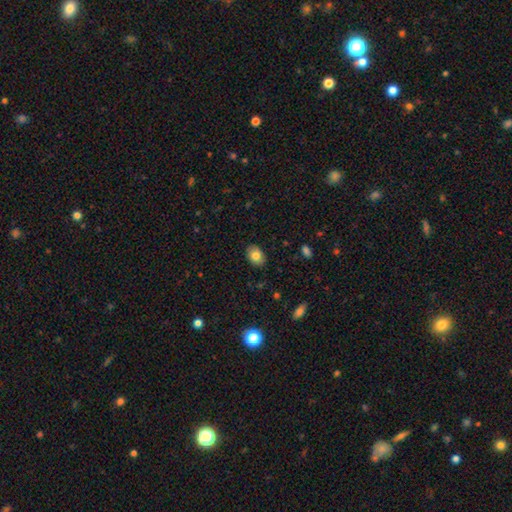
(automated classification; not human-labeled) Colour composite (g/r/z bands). It shows a smooth galaxy with no disk features (80%) that is in between round and cigar-shaped (78%). Merging: none (87%).